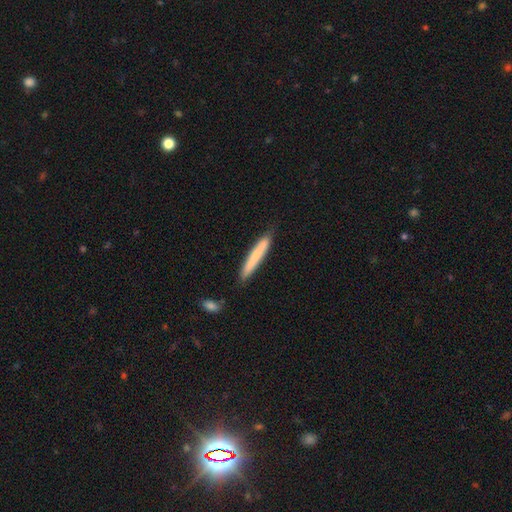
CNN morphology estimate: A smooth galaxy with no disk features (72%) that is cigar-shaped (95%). Merging: none (83%).